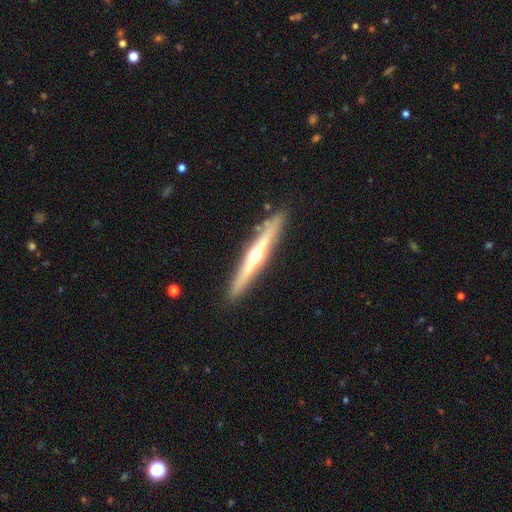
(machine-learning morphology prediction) Smooth or featured? featured or disk (73%)
Edge-on disk? yes (96%)
Edge-on bulge? rounded (89%)
Merging? none (89%)